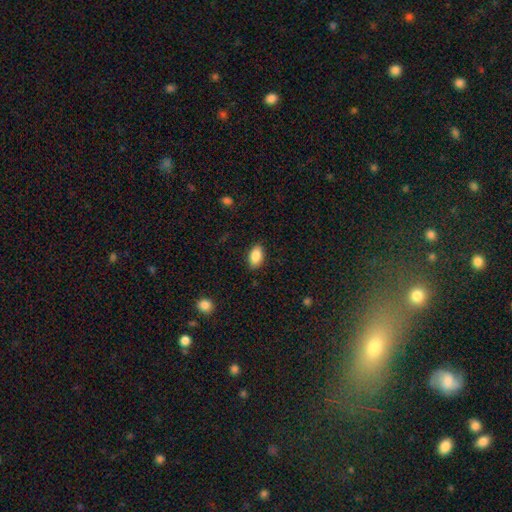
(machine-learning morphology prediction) Smooth or featured: smooth — 87% (star or artifact — 7%)
How rounded: in between — 93% (round — 5%)
Merging: none — 87% (minor disturbance — 10%)